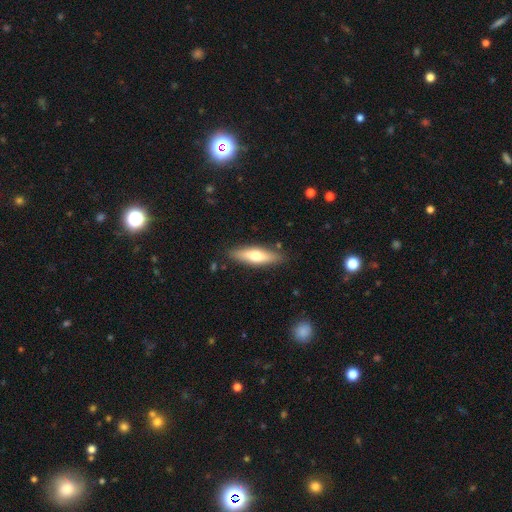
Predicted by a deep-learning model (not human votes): Smooth or featured? Predicted: smooth (p=0.60). How rounded? Predicted: cigar-shaped (p=0.58). Merging? Predicted: none (p=0.85).